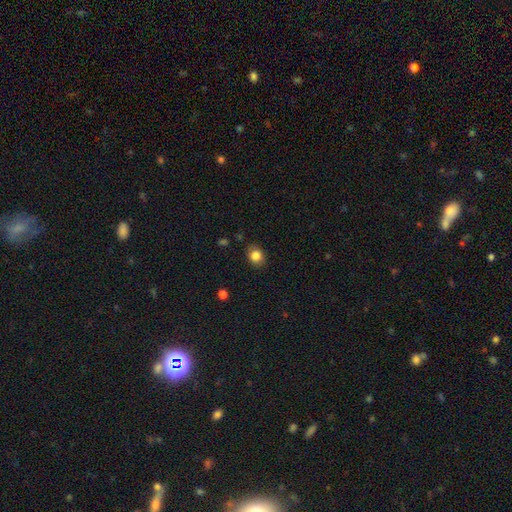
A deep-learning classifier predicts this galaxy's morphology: Overall: smooth (83%). How rounded: round (54%; in between 45%). Merging: none (84%).